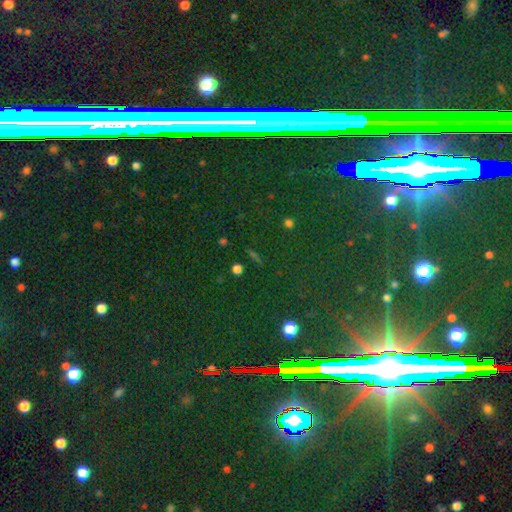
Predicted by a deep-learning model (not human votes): Smooth or featured?
  - star or artifact: 81% *
  - smooth: 10%
  - featured or disk: 9%